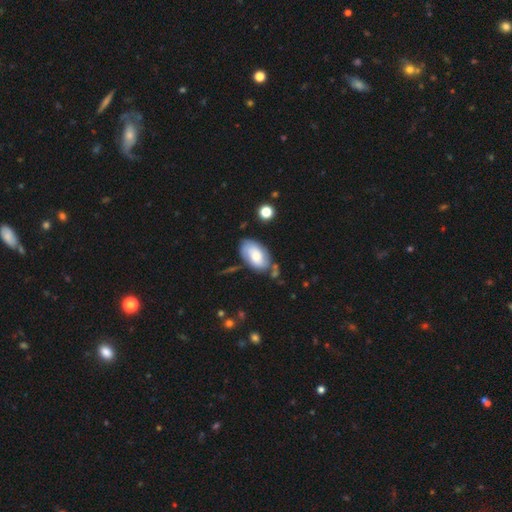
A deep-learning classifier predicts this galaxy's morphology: Smooth or featured: smooth — 52% (featured or disk — 40%)
How rounded: in between — 93% (round — 5%)
Merging: none — 63% (minor disturbance — 22%)